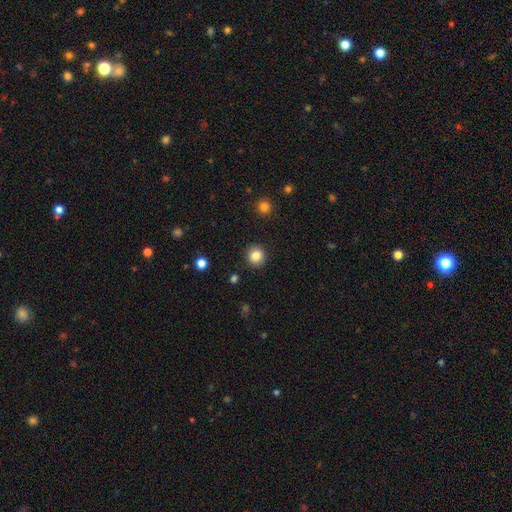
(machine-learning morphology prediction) This appears to be a smooth galaxy with no disk features (84%) that is round (93%). Merging: none (92%).